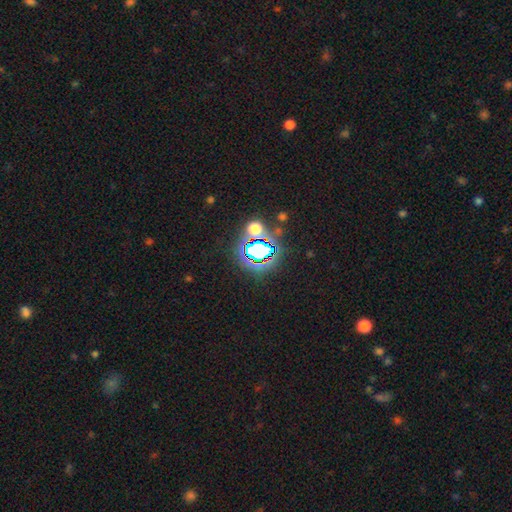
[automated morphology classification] star or artifact 67%, smooth 22%, featured or disk 11%.